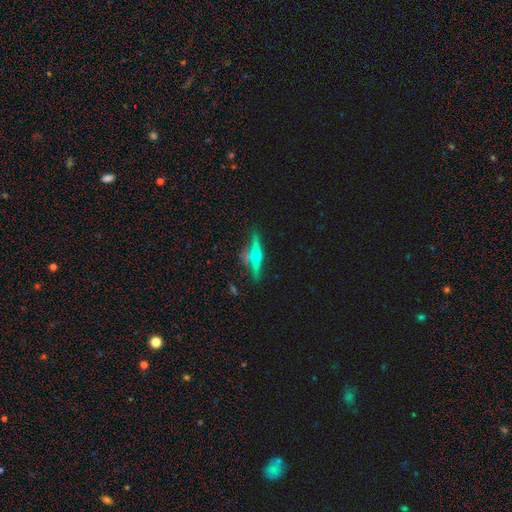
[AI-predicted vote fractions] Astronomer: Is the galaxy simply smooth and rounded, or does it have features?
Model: featured or disk — 59%.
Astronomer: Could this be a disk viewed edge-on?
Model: yes — 95%.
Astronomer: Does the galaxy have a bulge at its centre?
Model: rounded — 85%.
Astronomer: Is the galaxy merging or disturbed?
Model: none — 77%.